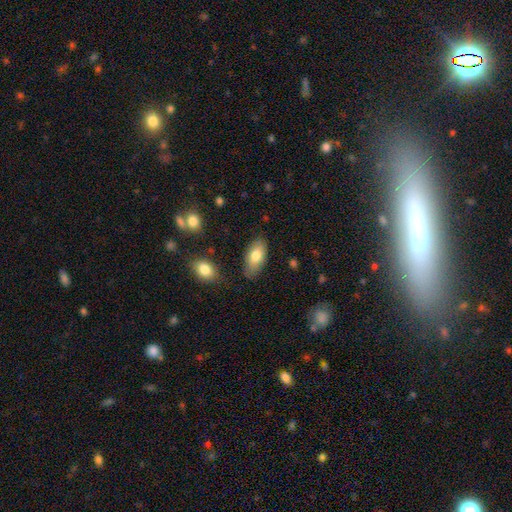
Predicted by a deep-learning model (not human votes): smooth_or_featured: smooth (p=0.78) [alt: featured or disk p=0.16]
how_rounded: in between (p=0.92) [alt: cigar-shaped p=0.05]
merging: none (p=0.79) [alt: minor disturbance p=0.15]